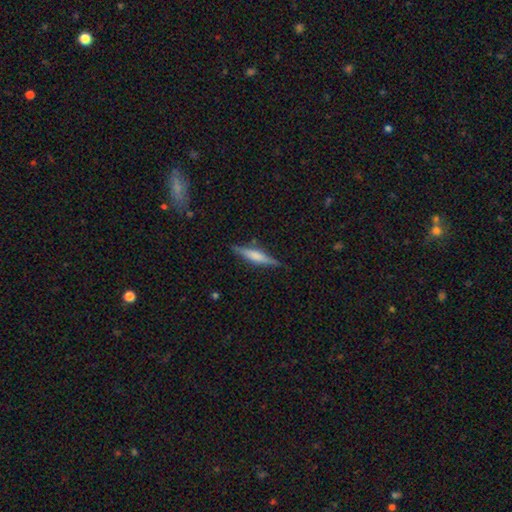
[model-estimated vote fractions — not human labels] Overall: featured or disk (51%; smooth 42%). Edge-on disk: yes (95%). Merging: none (84%).